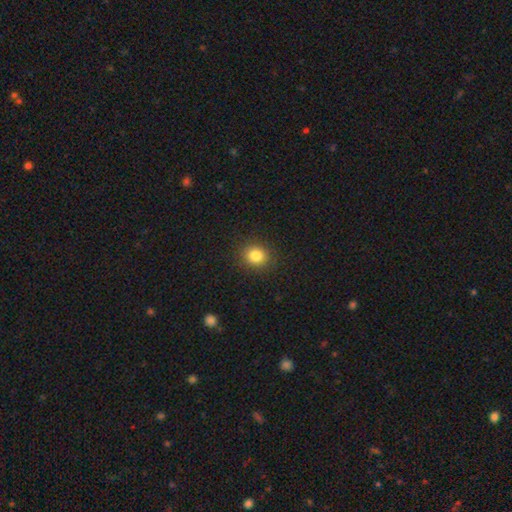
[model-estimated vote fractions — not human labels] A smooth galaxy with no disk features (84%) that is round (75%). Merging: none (89%).